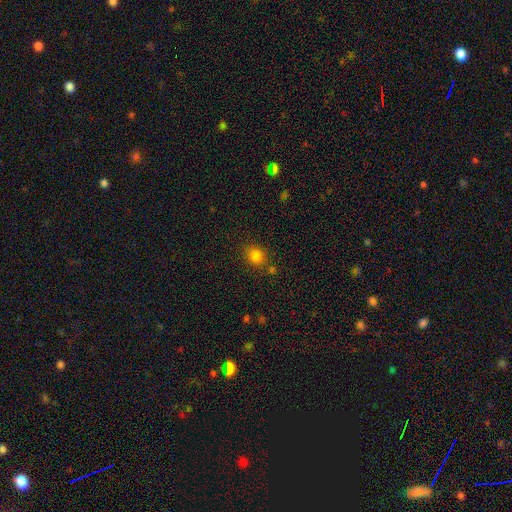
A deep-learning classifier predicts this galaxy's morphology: type=smooth (81%); roundness=round (66%); merging=none (77%).